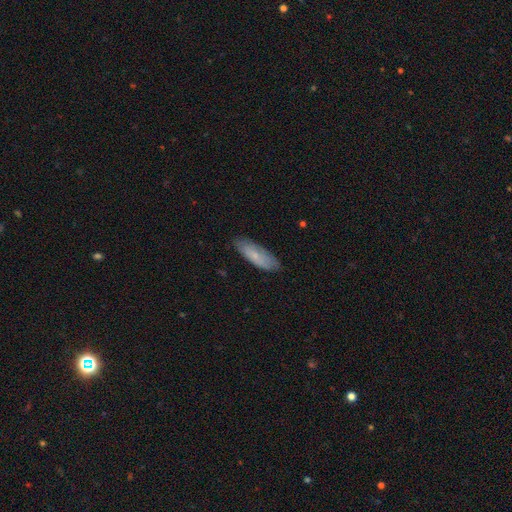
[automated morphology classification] This is likely a smooth galaxy (71%). How rounded: possibly in between (55%). Merging: clearly none (81%).